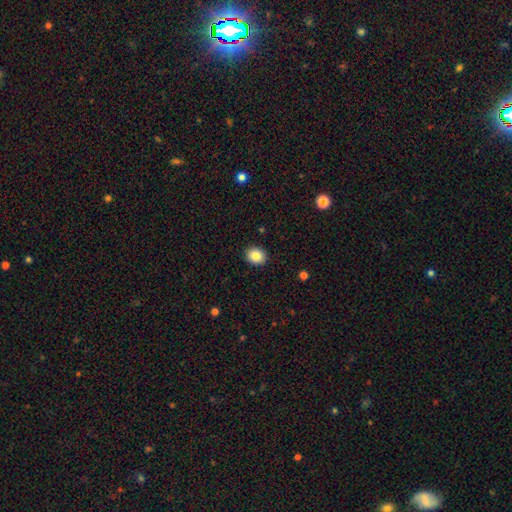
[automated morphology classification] smooth-or-featured: smooth: 86% | star or artifact: 9% | featured or disk: 5%
  how-rounded: round: 64% | in between: 35% | cigar-shaped: 1%
  merging: none: 91% | minor disturbance: 6% | major disturbance: 2% | merger: 1%